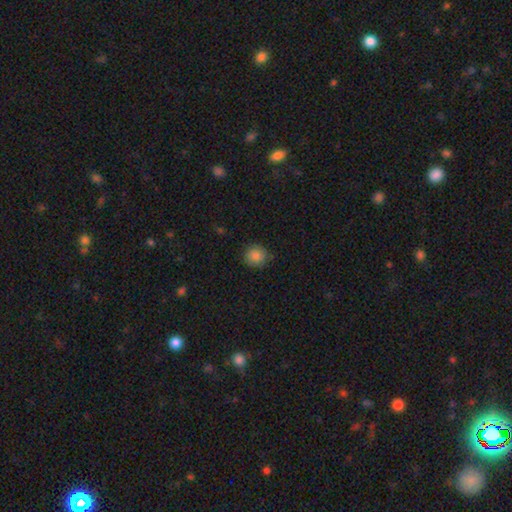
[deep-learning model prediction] Q: Smooth or featured?
A: smooth (84%); runner-up: star or artifact (9%)
Q: How rounded?
A: round (91%); runner-up: in between (8%)
Q: Merging?
A: none (83%); runner-up: minor disturbance (13%)